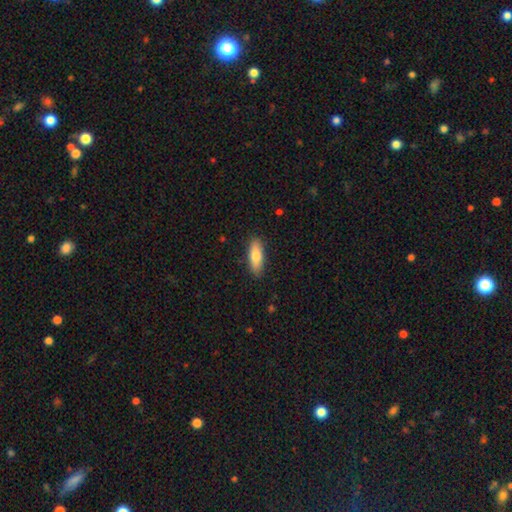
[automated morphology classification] The model was most divided on "how rounded": in between: 62%, cigar-shaped: 36%, round: 2%. More confident: merging — none (86%); smooth or featured — smooth (77%).